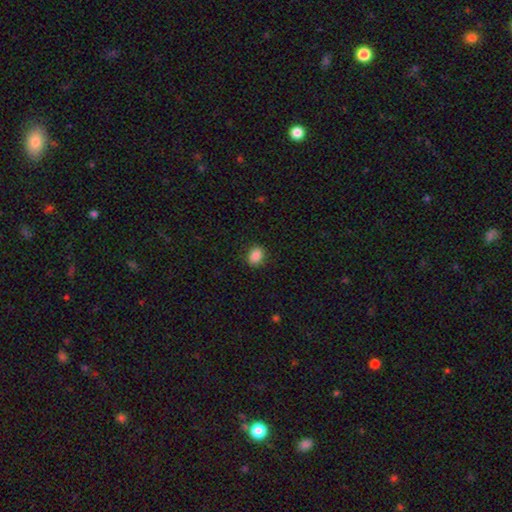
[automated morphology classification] Smooth or featured: smooth — 86% (star or artifact — 9%)
How rounded: in between — 57% (round — 42%)
Merging: none — 88% (minor disturbance — 9%)